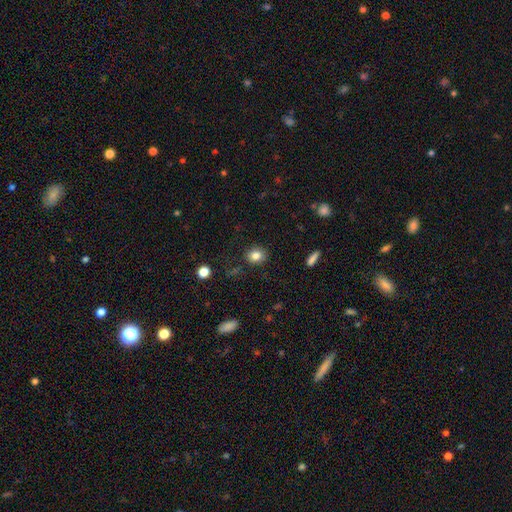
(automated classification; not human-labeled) Smooth or featured?
  - smooth: 83% *
  - star or artifact: 10%
  - featured or disk: 7%
How rounded?
  - round: 68% *
  - in between: 31%
  - cigar-shaped: 1%
Merging?
  - none: 86% *
  - minor disturbance: 10%
  - major disturbance: 3%
  - merger: 2%